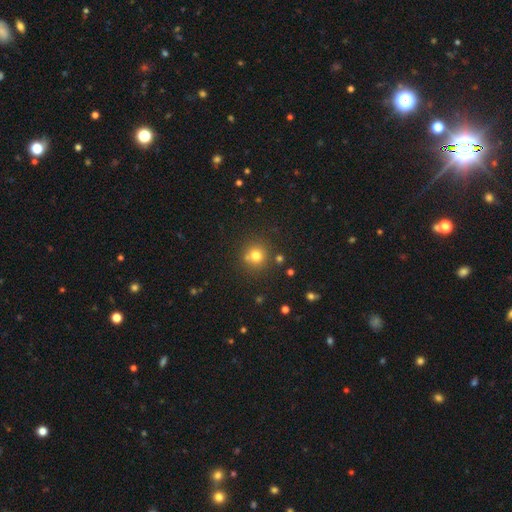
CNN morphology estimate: Q: Smooth or featured?
A: smooth (75%); runner-up: star or artifact (16%)
Q: How rounded?
A: round (91%); runner-up: in between (8%)
Q: Merging?
A: none (75%); runner-up: merger (12%)